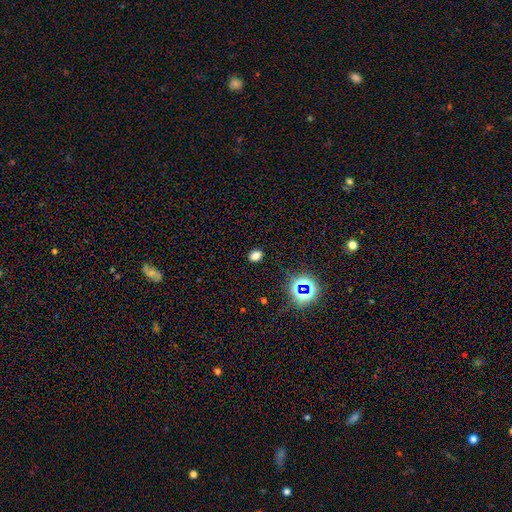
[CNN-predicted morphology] The model was most divided on "how rounded": in between: 66%, round: 32%, cigar-shaped: 1%. More confident: merging — none (88%); smooth or featured — smooth (73%).